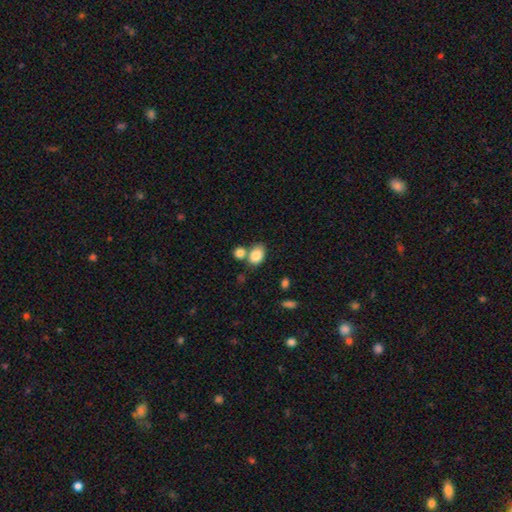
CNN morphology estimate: Smooth or featured? smooth (84%)
How rounded? in between (73%)
Merging? none (49%)